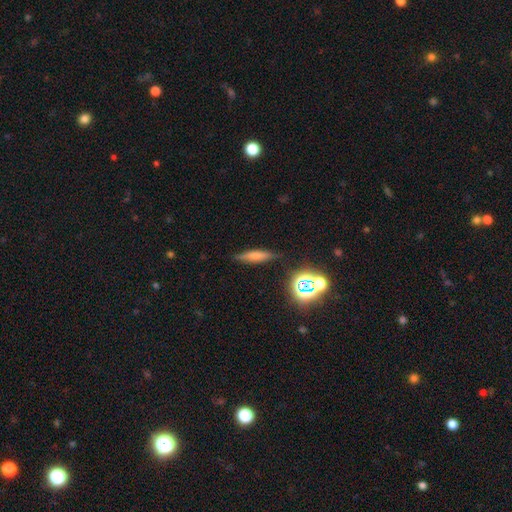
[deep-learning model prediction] smooth-or-featured: smooth: 61% | featured or disk: 25% | star or artifact: 15%
  how-rounded: cigar-shaped: 76% | in between: 20% | round: 4%
  merging: none: 80% | minor disturbance: 13% | major disturbance: 4% | merger: 3%